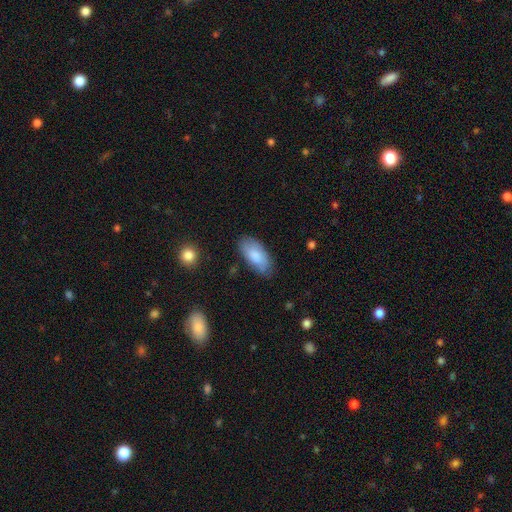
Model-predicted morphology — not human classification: Smooth or featured: smooth — 78% (featured or disk — 16%)
How rounded: in between — 93% (cigar-shaped — 5%)
Merging: none — 73% (minor disturbance — 21%)